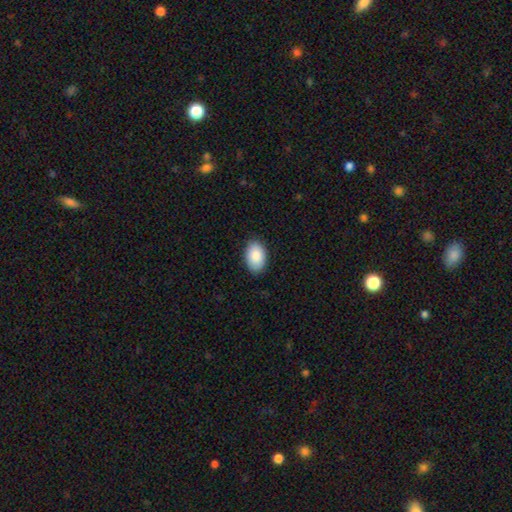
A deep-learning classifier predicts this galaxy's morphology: Smooth or featured? smooth (88%)
How rounded? in between (92%)
Merging? none (87%)